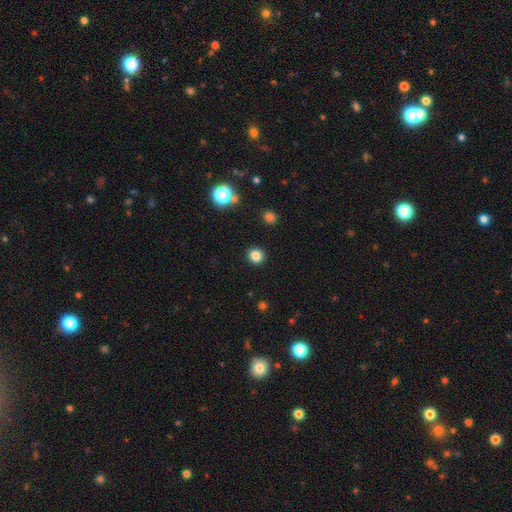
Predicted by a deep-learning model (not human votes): smooth 83%, star or artifact 13%, featured or disk 4%. Down the decision tree: how rounded — round (90%); merging — none (92%).